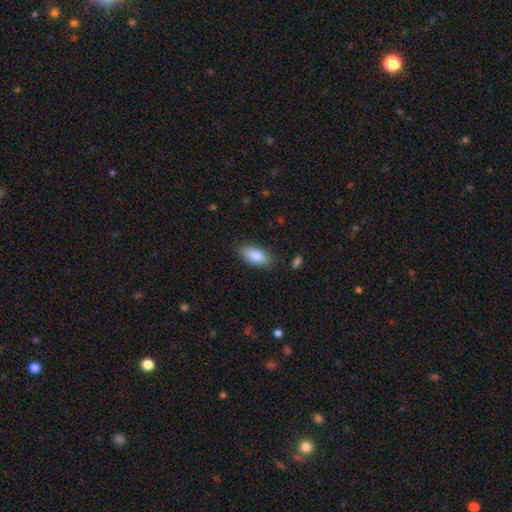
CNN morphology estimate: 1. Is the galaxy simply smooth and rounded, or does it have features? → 84% smooth, 9% featured or disk, 7% star or artifact.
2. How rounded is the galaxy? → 89% in between, 9% cigar-shaped, 3% round.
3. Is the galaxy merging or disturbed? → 84% none, 12% minor disturbance, 3% major disturbance, 1% merger.